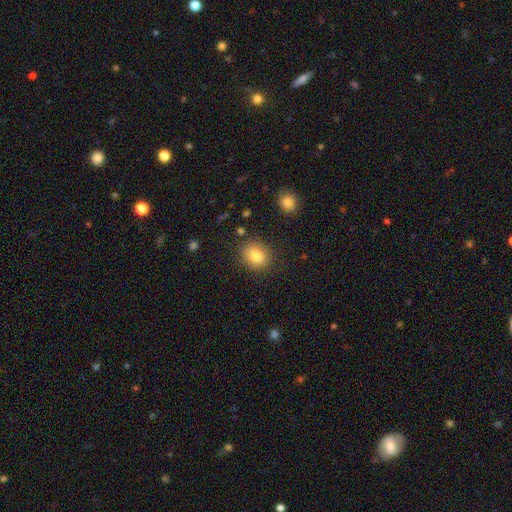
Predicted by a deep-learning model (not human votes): A smooth galaxy with no disk features (82%) that is round (70%). Merging: none (85%).